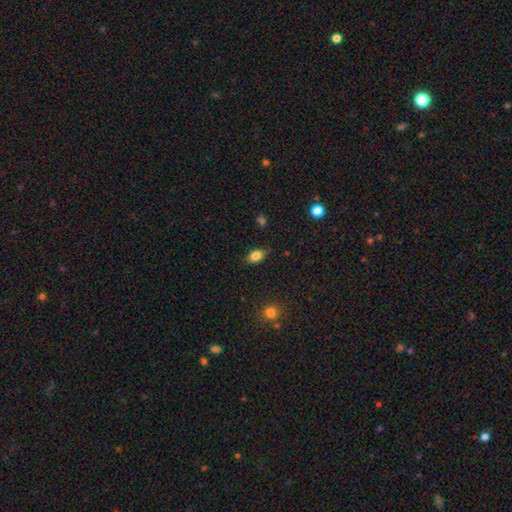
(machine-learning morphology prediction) A smooth galaxy with no disk features (82%) that is in between round and cigar-shaped (81%).

Vote fractions:
- Smooth or featured? smooth: 82% / star or artifact: 9% / featured or disk: 8%
- How rounded? in between: 81% / round: 16% / cigar-shaped: 2%
- Merging? none: 83% / minor disturbance: 13% / major disturbance: 3% / merger: 1%